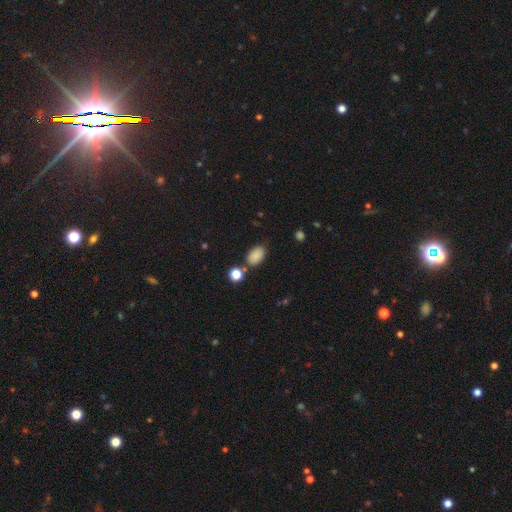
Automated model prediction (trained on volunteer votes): smooth-or-featured: smooth: 85% | star or artifact: 10% | featured or disk: 5%
  how-rounded: in between: 90% | round: 9% | cigar-shaped: 2%
  merging: none: 75% | minor disturbance: 14% | merger: 8% | major disturbance: 4%